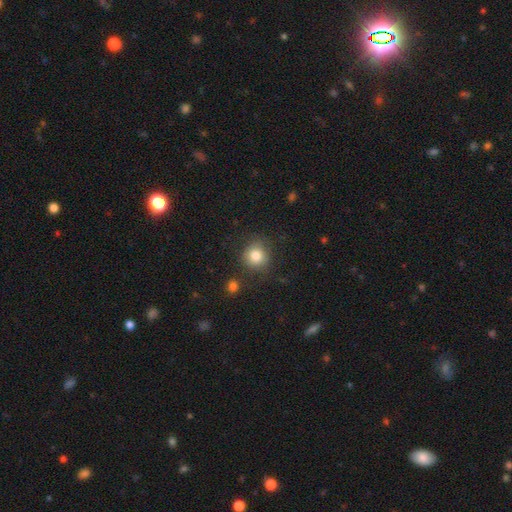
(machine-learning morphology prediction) A smooth galaxy with no disk features (82%) that is round (88%).

Vote fractions:
- Smooth or featured? smooth: 82% / star or artifact: 11% / featured or disk: 7%
- How rounded? round: 88% / in between: 11% / cigar-shaped: 1%
- Merging? none: 80% / minor disturbance: 12% / major disturbance: 4% / merger: 4%